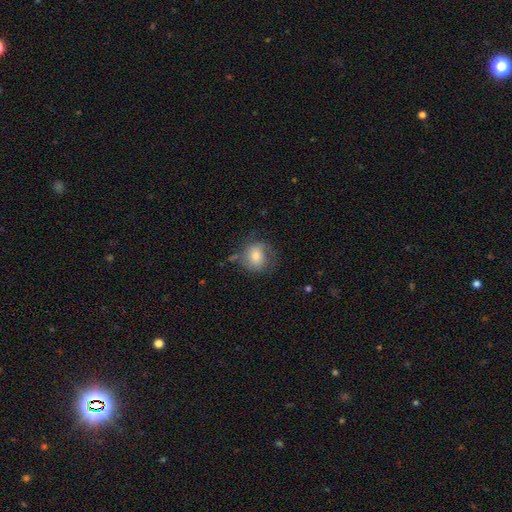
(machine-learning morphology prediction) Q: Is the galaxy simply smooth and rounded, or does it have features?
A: smooth — 64%.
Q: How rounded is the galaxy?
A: round — 71%.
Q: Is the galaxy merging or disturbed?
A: none — 62%.